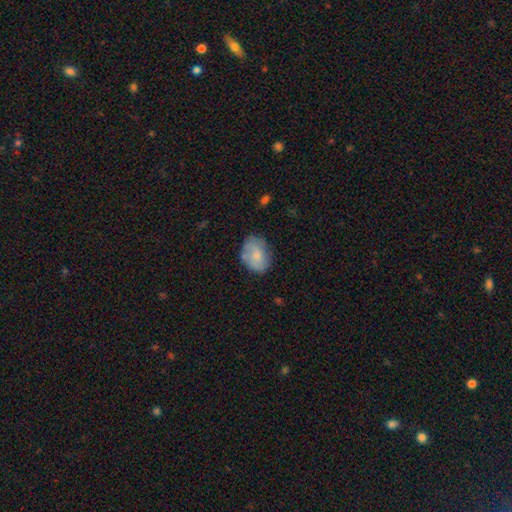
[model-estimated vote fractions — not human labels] The model was most divided on "how rounded": in between: 66%, round: 33%, cigar-shaped: 1%. More confident: smooth or featured — smooth (71%); merging — none (66%).